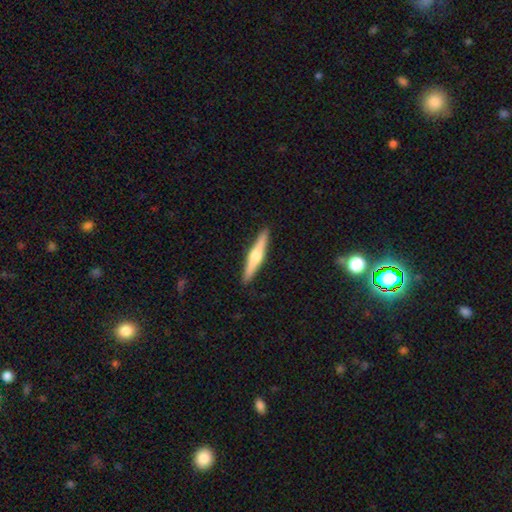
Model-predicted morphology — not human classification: Smooth or featured? featured or disk (62%)
Edge-on disk? yes (97%)
Edge-on bulge? rounded (91%)
Merging? none (92%)